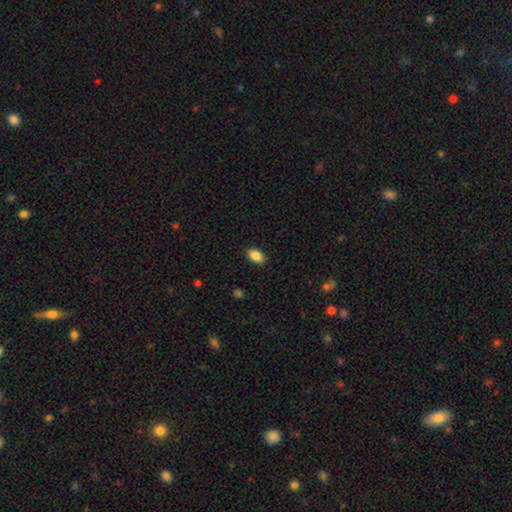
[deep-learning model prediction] A smooth galaxy with no disk features (88%) that is in between round and cigar-shaped (90%).

Vote fractions:
- Smooth or featured? smooth: 88% / star or artifact: 8% / featured or disk: 4%
- How rounded? in between: 90% / round: 8% / cigar-shaped: 2%
- Merging? none: 89% / minor disturbance: 8% / major disturbance: 2% / merger: 1%